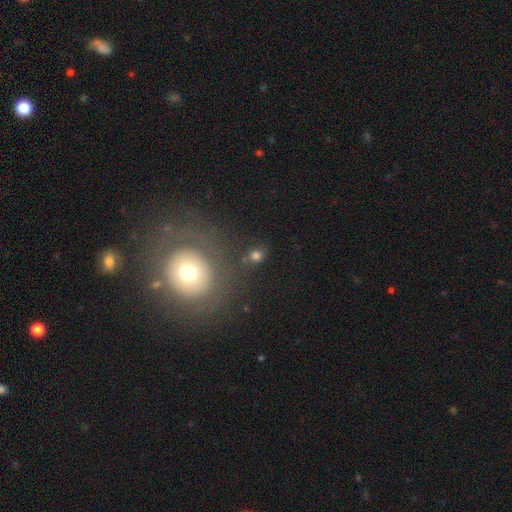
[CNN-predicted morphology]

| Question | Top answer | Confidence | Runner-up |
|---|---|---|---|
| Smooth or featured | smooth | 72% | star or artifact (18%) |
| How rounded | round | 64% | in between (34%) |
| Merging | none | 69% | minor disturbance (13%) |